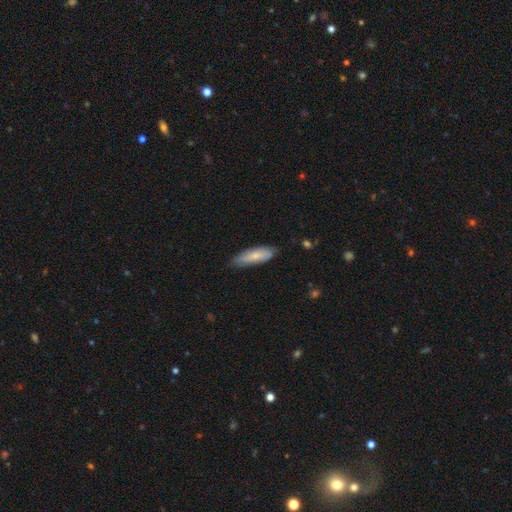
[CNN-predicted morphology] A smooth galaxy with no disk features (71%) that is in between round and cigar-shaped (52%).

Vote fractions:
- Smooth or featured? smooth: 71% / featured or disk: 24% / star or artifact: 6%
- How rounded? in between: 52% / cigar-shaped: 46% / round: 2%
- Merging? none: 74% / minor disturbance: 22% / major disturbance: 3% / merger: 1%